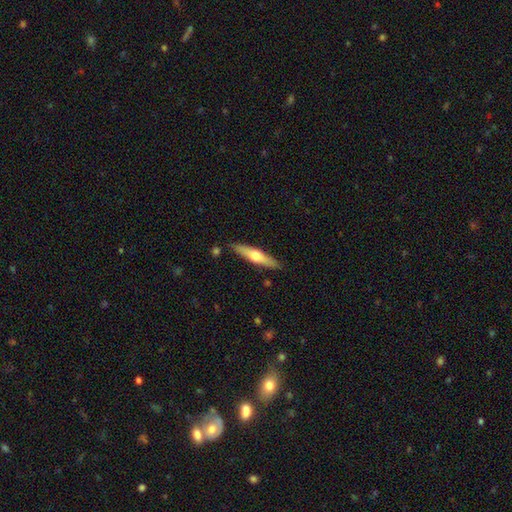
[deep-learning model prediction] A featured or disk galaxy (55%) viewed edge-on (95%) with a rounded central bulge (93%). Merging: none (87%).